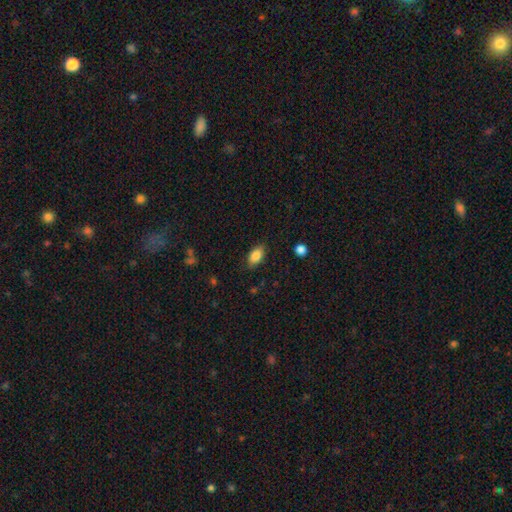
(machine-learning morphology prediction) smooth_or_featured: smooth (p=0.85) [alt: star or artifact p=0.08]
how_rounded: in between (p=0.90) [alt: round p=0.06]
merging: none (p=0.84) [alt: minor disturbance p=0.12]